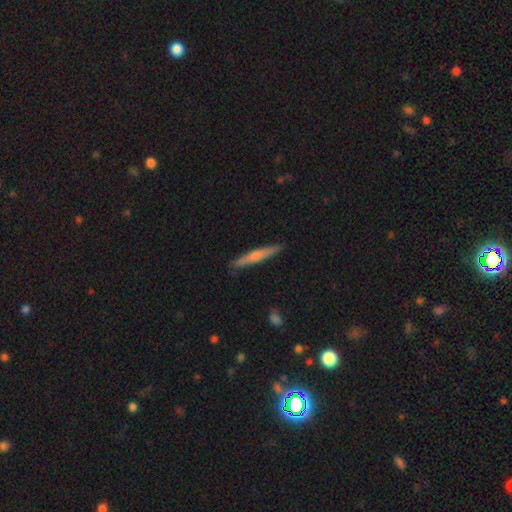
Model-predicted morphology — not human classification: smooth-or-featured: featured or disk: 55% | smooth: 34% | star or artifact: 11%
  disk-edge-on: yes: 94% | no: 6%
    edge-on-bulge: rounded: 74% | none: 20% | boxy: 6%
  merging: none: 90% | minor disturbance: 8% | major disturbance: 2% | merger: 1%